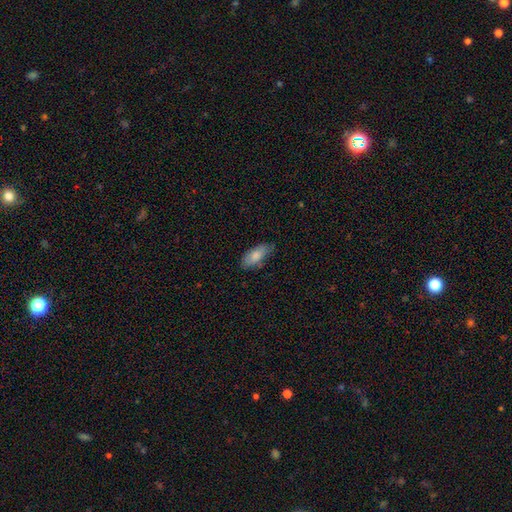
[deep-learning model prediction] Q: Smooth or featured?
A: smooth (81%); runner-up: featured or disk (13%)
Q: How rounded?
A: in between (85%); runner-up: cigar-shaped (13%)
Q: Merging?
A: none (71%); runner-up: minor disturbance (23%)